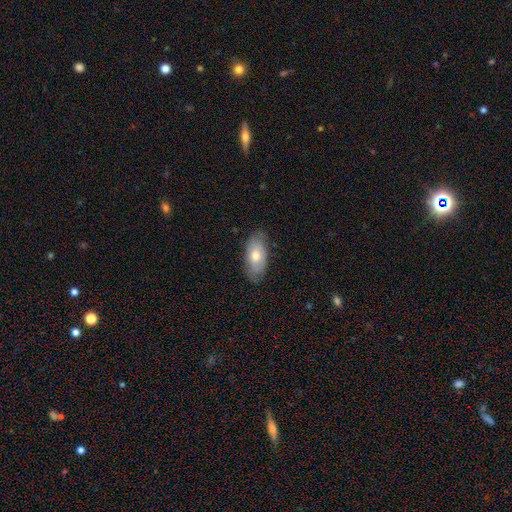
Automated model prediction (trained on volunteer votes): Smooth or featured? smooth (62%)
How rounded? in between (91%)
Merging? none (76%)